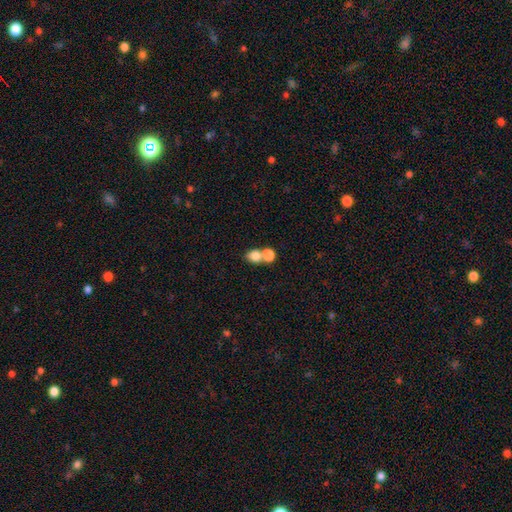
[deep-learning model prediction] smooth_or_featured: smooth (p=0.81) [alt: featured or disk p=0.10]
how_rounded: round (p=0.58) [alt: in between p=0.41]
merging: merger (p=0.63) [alt: none p=0.29]